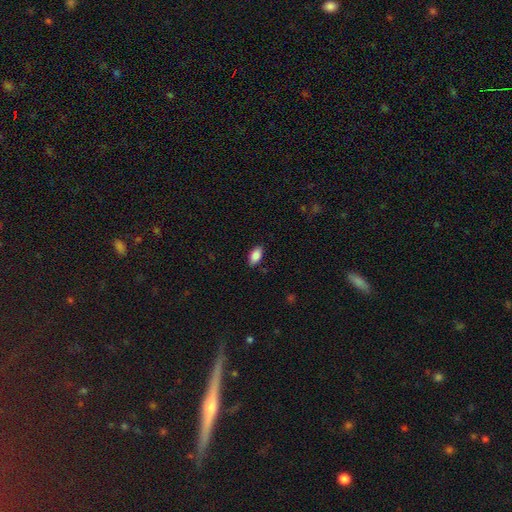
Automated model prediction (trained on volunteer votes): This is clearly a smooth galaxy (88%). How rounded: clearly in between (92%). Merging: clearly none (86%).